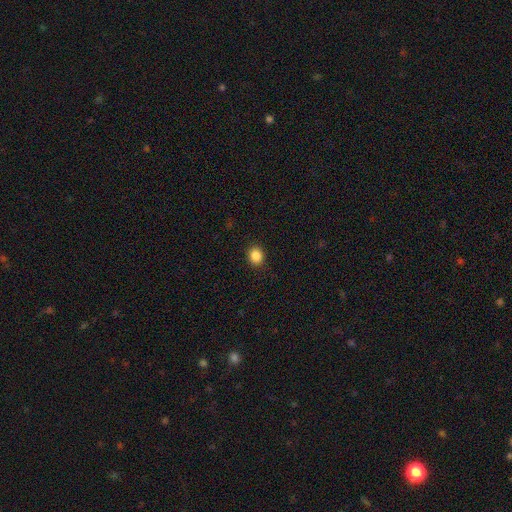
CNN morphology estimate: Smooth or featured? Predicted: smooth (p=0.86). How rounded? Predicted: round (p=0.70). Merging? Predicted: none (p=0.90).